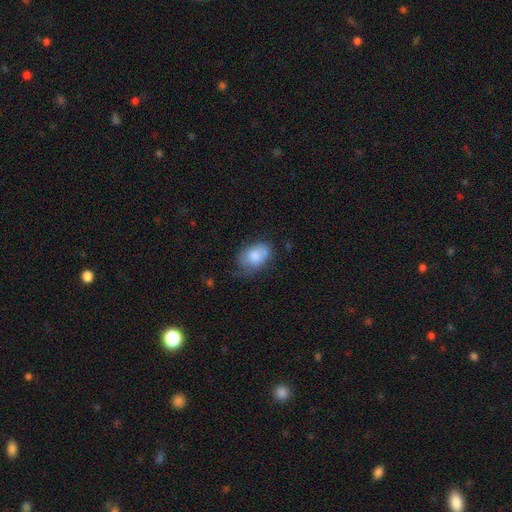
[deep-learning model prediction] A smooth galaxy with no disk features (77%) that is in between round and cigar-shaped (84%). Merging: none (51%).